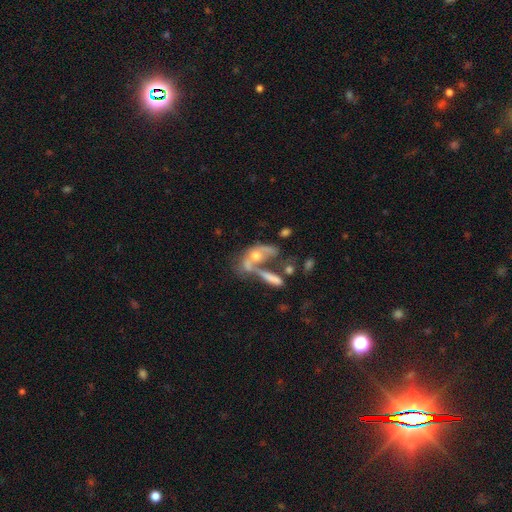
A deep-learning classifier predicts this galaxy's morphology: Overall: featured or disk (52%; smooth 35%). Edge-on disk: no (83%). Merging: merger (52%; major disturbance 22%).